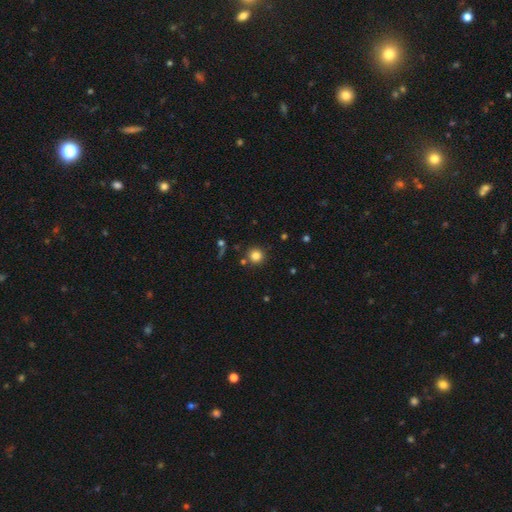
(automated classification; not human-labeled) Smooth or featured?
  - smooth: 82% *
  - star or artifact: 13%
  - featured or disk: 5%
How rounded?
  - round: 94% *
  - in between: 5%
  - cigar-shaped: 1%
Merging?
  - none: 85% *
  - minor disturbance: 7%
  - merger: 6%
  - major disturbance: 3%